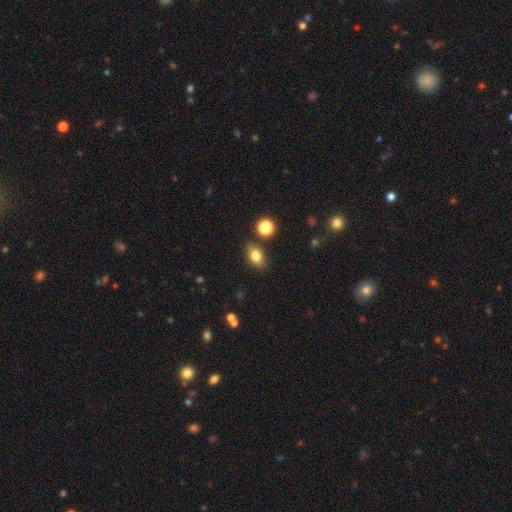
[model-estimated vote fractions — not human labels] The model was most divided on "how rounded": in between: 80%, round: 17%, cigar-shaped: 2%. More confident: merging — none (81%); smooth or featured — smooth (80%).